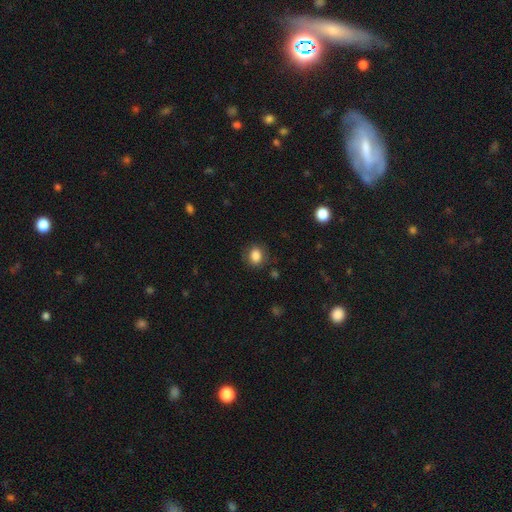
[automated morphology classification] type=smooth (85%); roundness=round (58%); merging=none (83%).